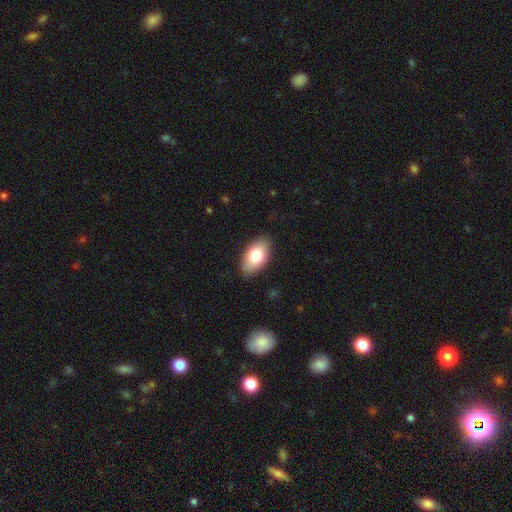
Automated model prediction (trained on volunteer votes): This is likely a smooth galaxy (78%). How rounded: clearly in between (94%). Merging: clearly none (86%).